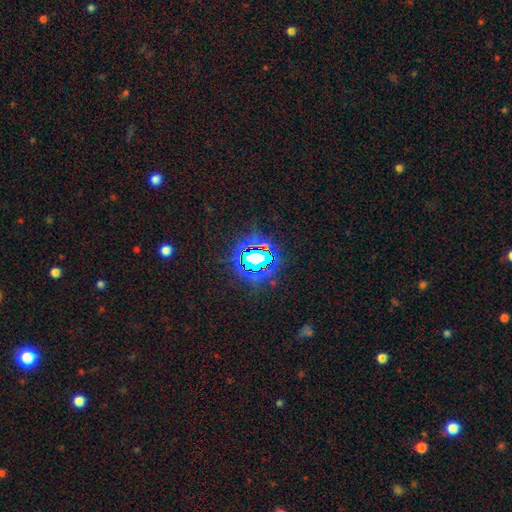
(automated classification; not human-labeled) Smooth or featured?
  - star or artifact: 80% *
  - smooth: 12%
  - featured or disk: 8%